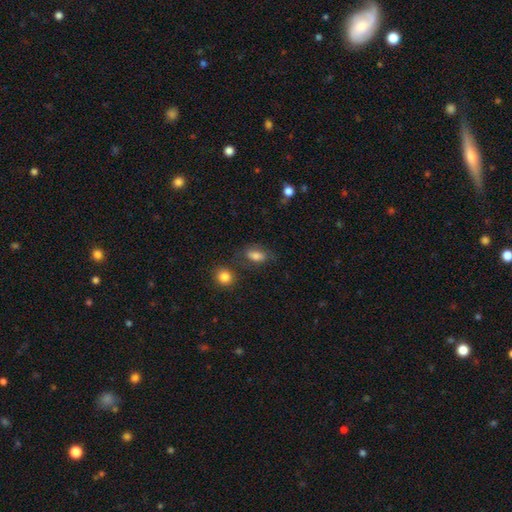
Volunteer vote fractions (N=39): Q: Smooth or featured?
A: smooth (72%); runner-up: featured or disk (18%)
Q: How rounded?
A: in between (82%); runner-up: round (18%)
Q: Merging?
A: none (57%); runner-up: major disturbance (17%)